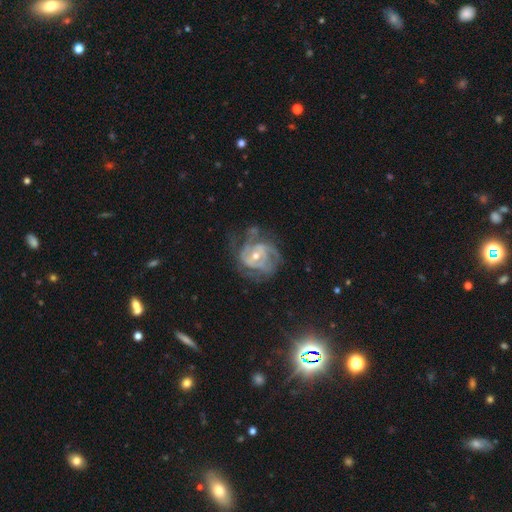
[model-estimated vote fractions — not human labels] Overall: featured or disk (84%). Edge-on disk: no (97%). Bar: no (58%; weak 32%). Spiral arms: yes (90%). Spiral arm count: can't tell (32%; 3 25%). Spiral winding: tight (55%; medium 35%). Bulge size: small (49%; moderate 48%). Merging: none (56%; minor disturbance 21%).